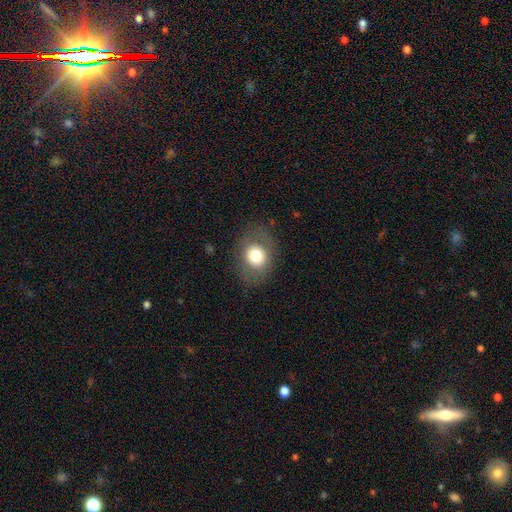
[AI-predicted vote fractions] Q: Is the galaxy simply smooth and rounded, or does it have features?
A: smooth — 72%.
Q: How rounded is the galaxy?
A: round — 55%.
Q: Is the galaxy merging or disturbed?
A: none — 79%.